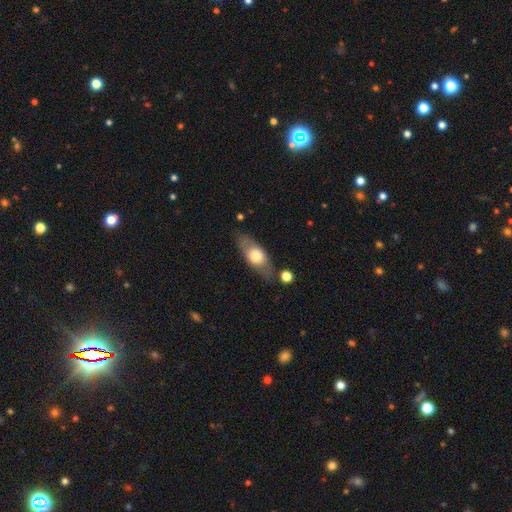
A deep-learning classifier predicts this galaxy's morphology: This is possibly a smooth galaxy (56%). How rounded: likely in between (65%). Merging: likely none (72%).